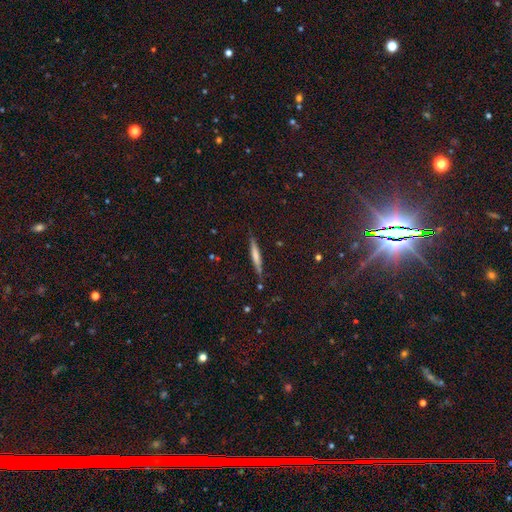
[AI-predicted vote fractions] Smooth or featured: smooth — 52% (featured or disk — 36%)
How rounded: cigar-shaped — 91% (in between — 7%)
Merging: none — 83% (minor disturbance — 12%)